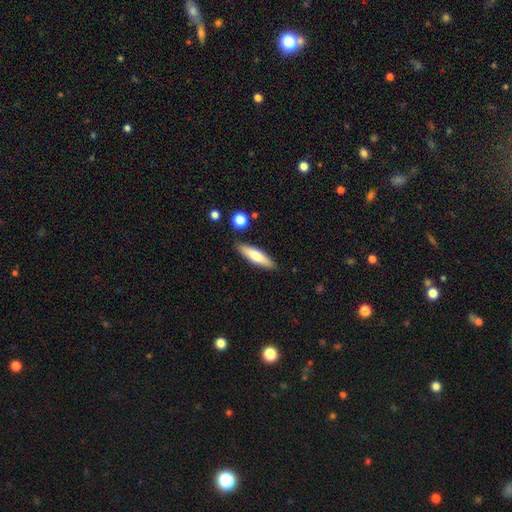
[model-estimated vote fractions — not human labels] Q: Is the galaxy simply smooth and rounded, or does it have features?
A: smooth — 67%.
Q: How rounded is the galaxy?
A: cigar-shaped — 67%.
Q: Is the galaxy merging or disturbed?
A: none — 87%.